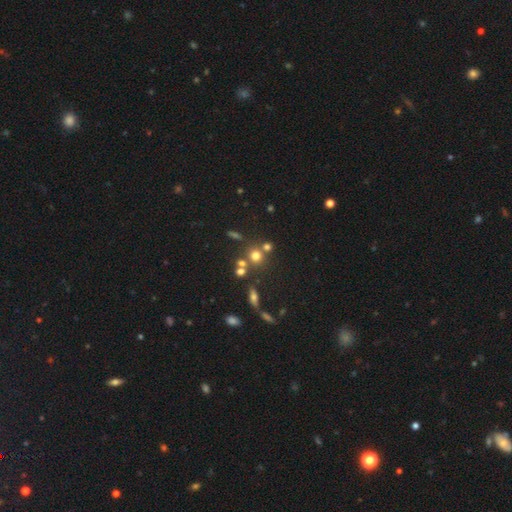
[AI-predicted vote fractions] smooth-or-featured: smooth: 66% | star or artifact: 21% | featured or disk: 14%
  how-rounded: round: 87% | in between: 12% | cigar-shaped: 1%
  merging: none: 62% | merger: 24% | minor disturbance: 10% | major disturbance: 5%